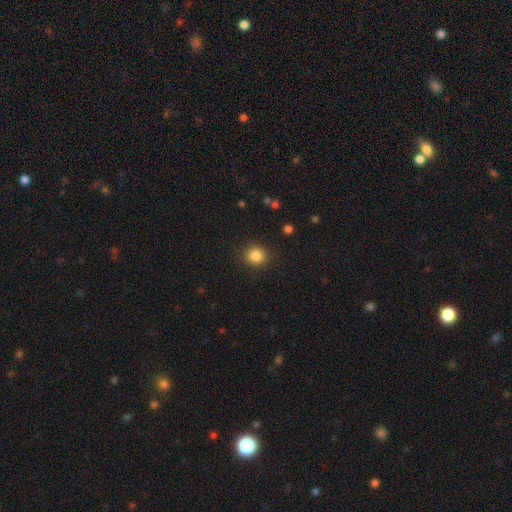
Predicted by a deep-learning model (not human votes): Smooth or featured? smooth (85%)
How rounded? round (90%)
Merging? none (89%)